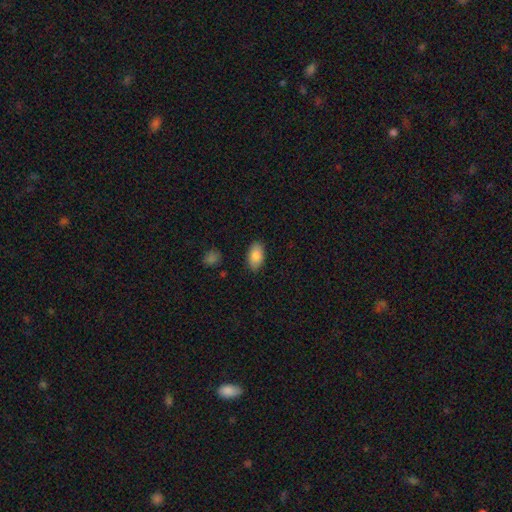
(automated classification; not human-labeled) Morphology: type=smooth (86%); roundness=in between (94%); merging=none (87%).